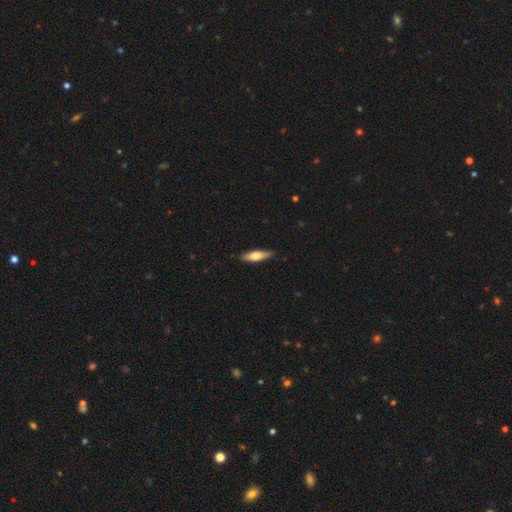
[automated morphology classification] type=smooth (65%); roundness=cigar-shaped (59%); merging=none (86%).